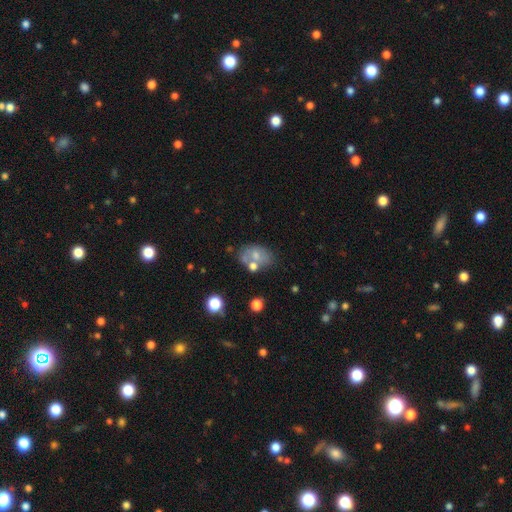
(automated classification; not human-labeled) This appears to be a smooth galaxy with no disk features (57%) that is in between round and cigar-shaped (77%). Merging: none (44%).